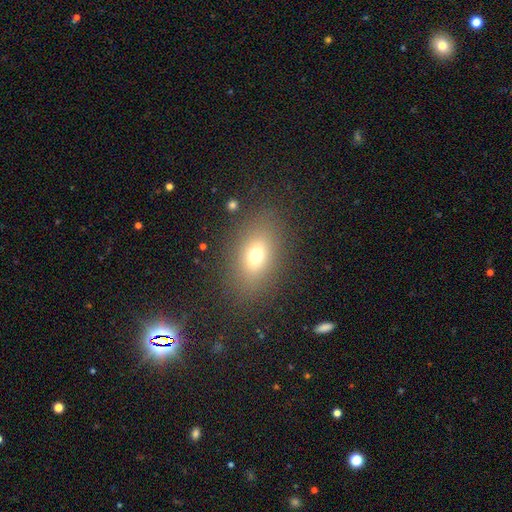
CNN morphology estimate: smooth 69%, star or artifact 16%, featured or disk 15%. Down the decision tree: how rounded — in between (74%); merging — none (83%).